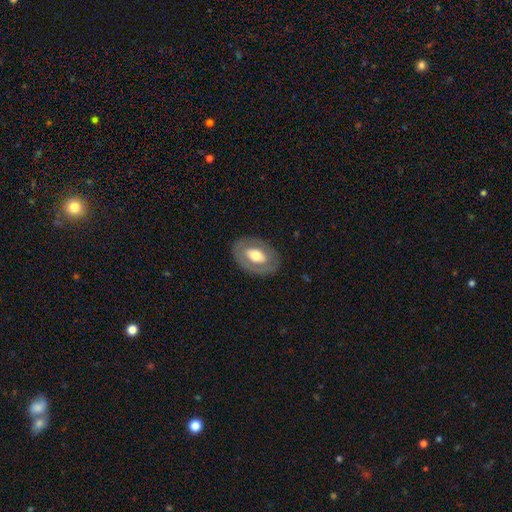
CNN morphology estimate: Smooth or featured: smooth — 47% (tied with featured or disk — 47%)
Merging: none — 82% (minor disturbance — 12%)